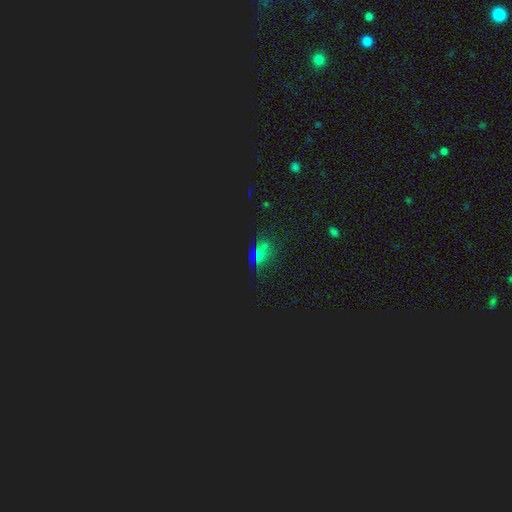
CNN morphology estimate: This is likely a star or artifact rather than a galaxy (64%).